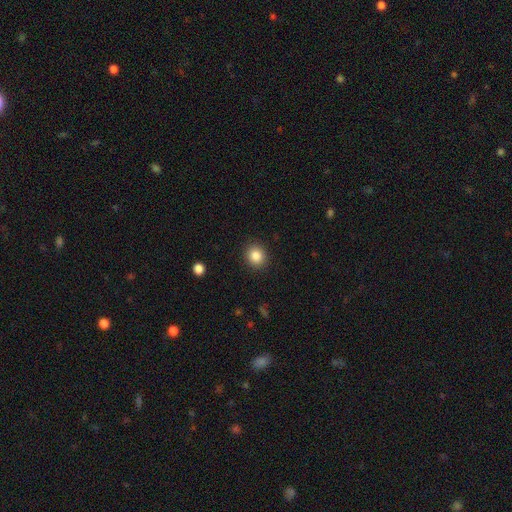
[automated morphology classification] smooth 85%, star or artifact 10%, featured or disk 5%. Down the decision tree: how rounded — round (85%); merging — none (91%).